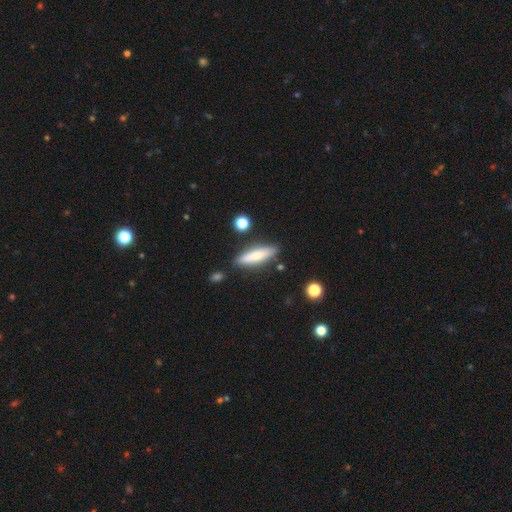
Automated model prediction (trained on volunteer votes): Overall: smooth (65%; featured or disk 28%). How rounded: cigar-shaped (69%). Merging: none (83%).